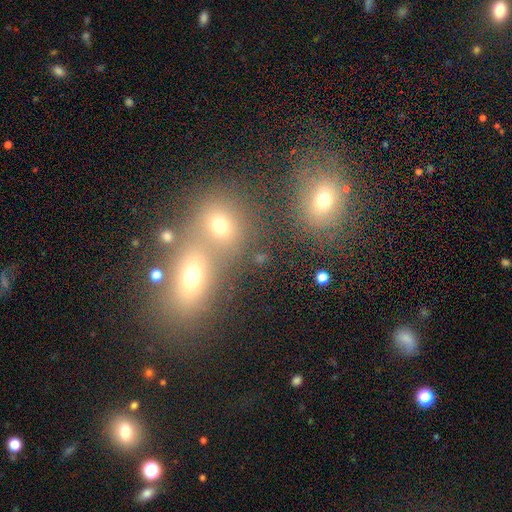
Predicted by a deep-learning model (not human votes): Smooth or featured? smooth (65%)
How rounded? round (58%)
Merging? merger (46%)